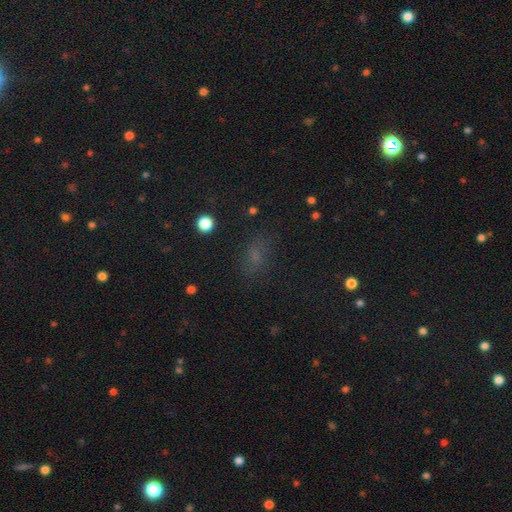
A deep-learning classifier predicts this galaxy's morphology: Smooth or featured? smooth (56%)
How rounded? in between (75%)
Merging? none (70%)